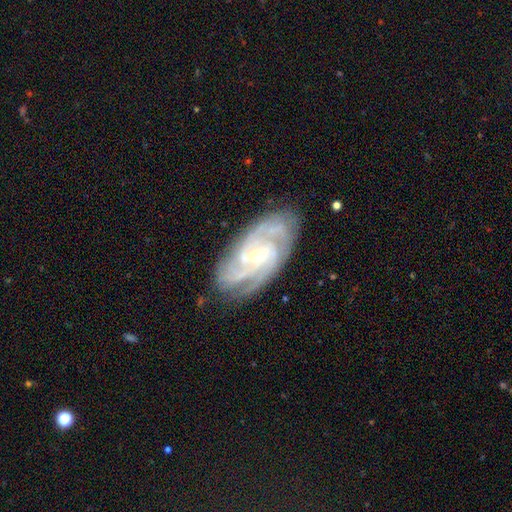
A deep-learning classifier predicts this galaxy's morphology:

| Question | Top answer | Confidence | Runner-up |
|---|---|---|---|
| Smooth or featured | featured or disk | 91% | star or artifact (5%) |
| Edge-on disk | no | 96% | yes (4%) |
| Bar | weak | 44% | no (37%) |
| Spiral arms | yes | 98% | no (2%) |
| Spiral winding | tight | 59% | medium (35%) |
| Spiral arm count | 3 | 34% | 4 (27%) |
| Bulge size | small | 66% | moderate (31%) |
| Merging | none | 80% | minor disturbance (15%) |